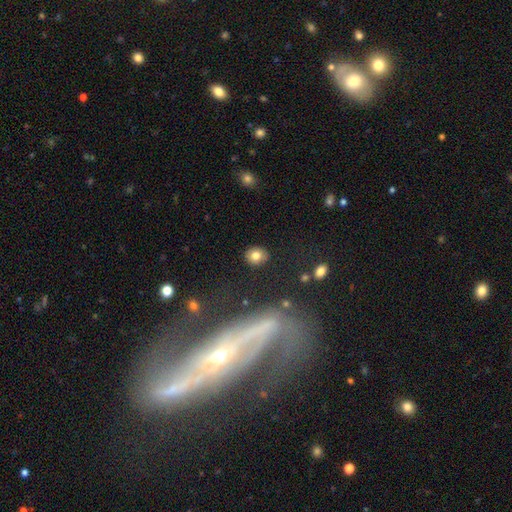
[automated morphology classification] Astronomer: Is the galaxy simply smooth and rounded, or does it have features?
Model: smooth — 80%.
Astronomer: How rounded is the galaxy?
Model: round — 70%.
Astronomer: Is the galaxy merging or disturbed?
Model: none — 87%.